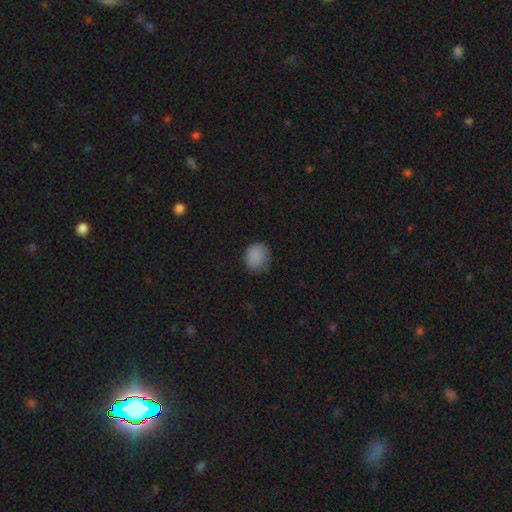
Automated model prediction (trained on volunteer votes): smooth-or-featured: smooth: 85% | star or artifact: 10% | featured or disk: 5%
  how-rounded: round: 77% | in between: 22% | cigar-shaped: 1%
  merging: none: 72% | minor disturbance: 22% | major disturbance: 5% | merger: 1%